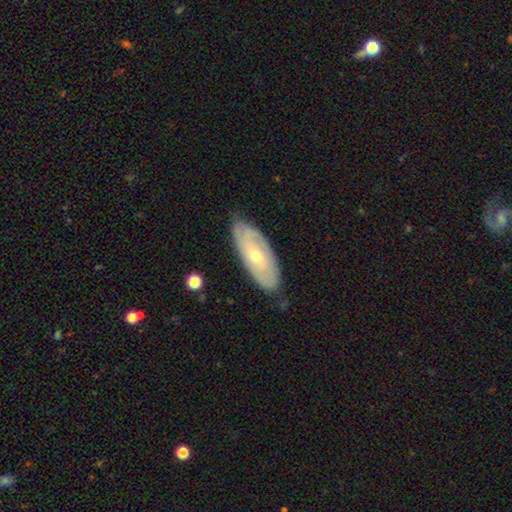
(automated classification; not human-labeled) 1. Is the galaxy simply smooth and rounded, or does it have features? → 59% featured or disk, 35% smooth, 6% star or artifact.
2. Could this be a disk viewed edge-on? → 83% no, 17% yes.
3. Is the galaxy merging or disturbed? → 75% none, 20% minor disturbance, 4% major disturbance, 1% merger.